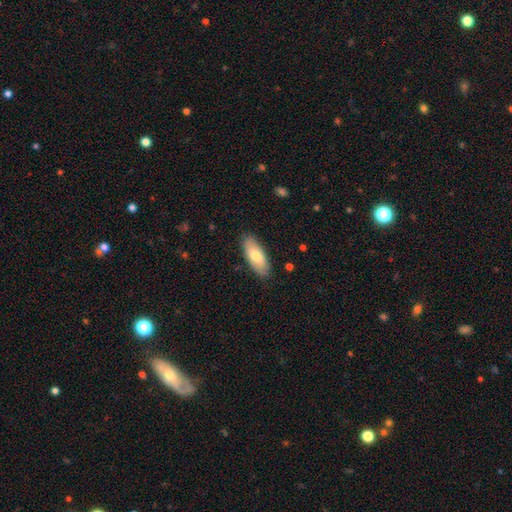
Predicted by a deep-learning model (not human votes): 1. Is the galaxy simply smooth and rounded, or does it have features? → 74% smooth, 20% featured or disk, 6% star or artifact.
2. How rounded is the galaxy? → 79% in between, 19% cigar-shaped, 2% round.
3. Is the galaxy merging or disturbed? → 86% none, 11% minor disturbance, 2% major disturbance, 1% merger.